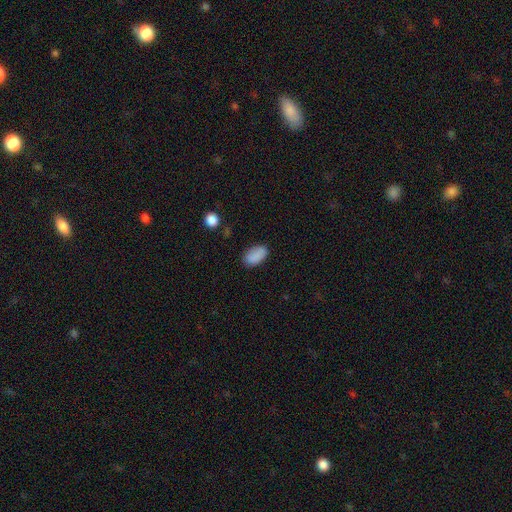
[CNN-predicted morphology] Q: Smooth or featured?
A: smooth (87%); runner-up: star or artifact (8%)
Q: How rounded?
A: in between (93%); runner-up: round (5%)
Q: Merging?
A: none (80%); runner-up: minor disturbance (15%)